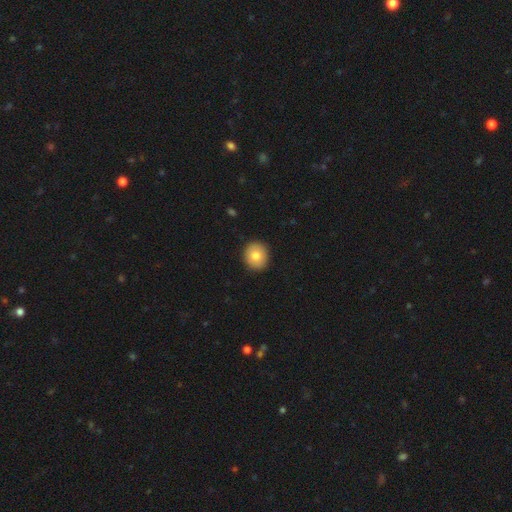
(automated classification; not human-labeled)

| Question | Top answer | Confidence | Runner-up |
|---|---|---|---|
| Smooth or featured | smooth | 80% | featured or disk (13%) |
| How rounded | round | 78% | in between (21%) |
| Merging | none | 91% | minor disturbance (7%) |